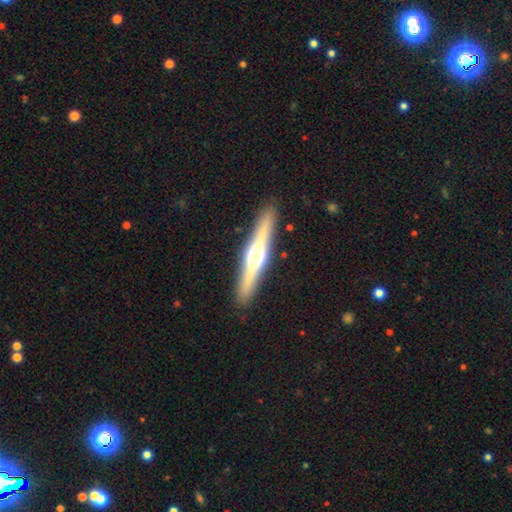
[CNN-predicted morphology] Smooth or featured: featured or disk — 71% (smooth — 23%)
Edge-on disk: yes — 97% (no — 3%)
Edge-on bulge: rounded — 93% (boxy — 5%)
Merging: none — 91% (minor disturbance — 7%)